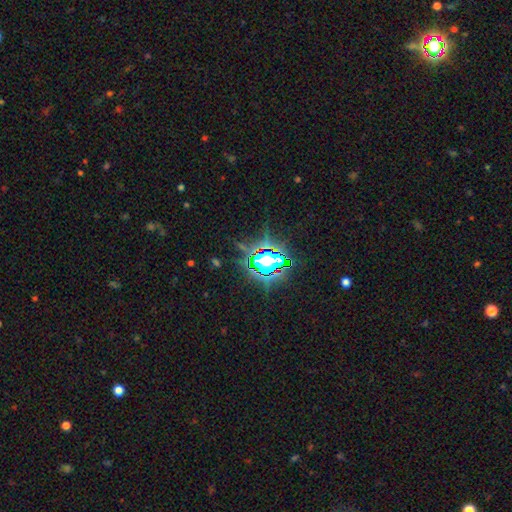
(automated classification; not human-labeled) Q: Smooth or featured?
A: star or artifact (83%); runner-up: smooth (11%)